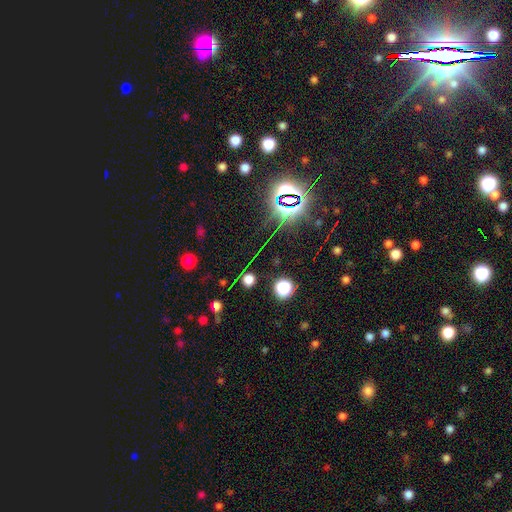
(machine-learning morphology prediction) The model was most divided on "smooth or featured": star or artifact: 84%, smooth: 9%, featured or disk: 7%.